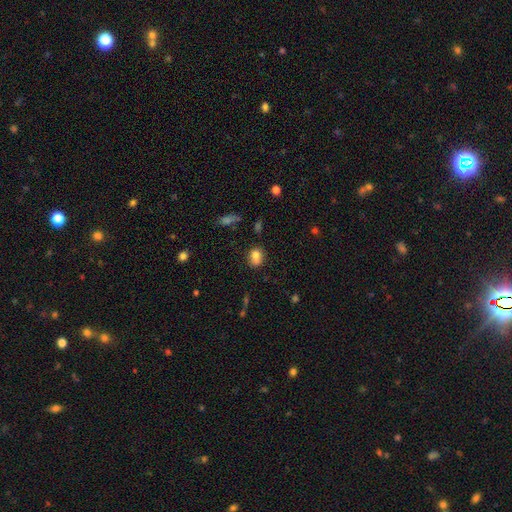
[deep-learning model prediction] Q: Smooth or featured?
A: smooth (77%); runner-up: featured or disk (12%)
Q: How rounded?
A: in between (54%); runner-up: round (44%)
Q: Merging?
A: none (53%); runner-up: minor disturbance (20%)